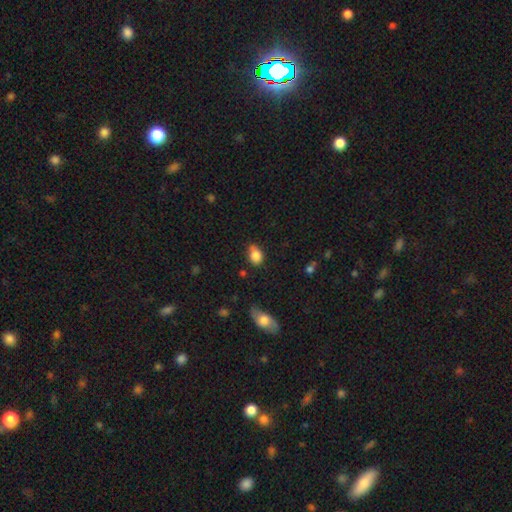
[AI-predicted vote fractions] smooth 83%, star or artifact 9%, featured or disk 8%. Down the decision tree: how rounded — in between (69%); merging — none (56%).